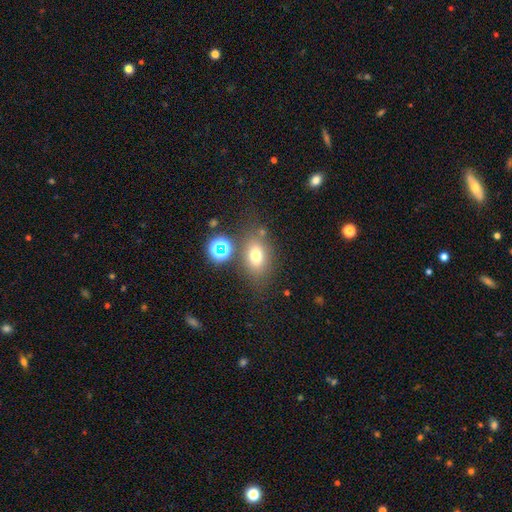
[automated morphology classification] Q: Smooth or featured?
A: smooth (71%); runner-up: star or artifact (16%)
Q: How rounded?
A: in between (73%); runner-up: round (24%)
Q: Merging?
A: none (69%); runner-up: minor disturbance (15%)